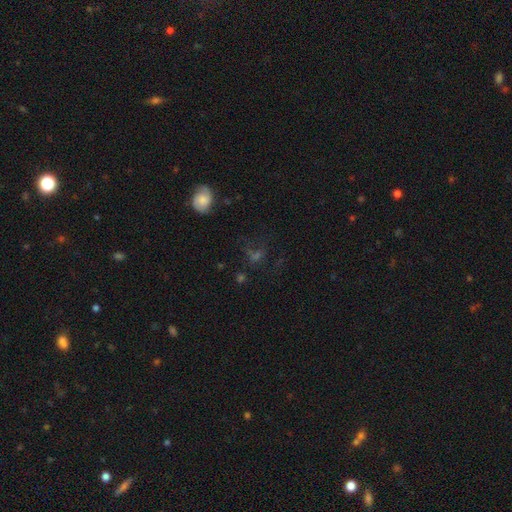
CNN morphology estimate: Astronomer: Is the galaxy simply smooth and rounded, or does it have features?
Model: star or artifact — 39% (runner-up: smooth, 33%).